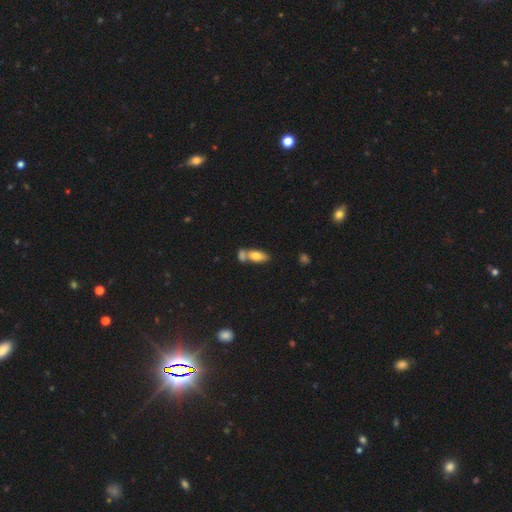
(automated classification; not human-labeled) smooth-or-featured: smooth: 78% | featured or disk: 15% | star or artifact: 8%
  how-rounded: in between: 86% | cigar-shaped: 10% | round: 4%
  merging: merger: 48% | none: 38% | minor disturbance: 10% | major disturbance: 4%